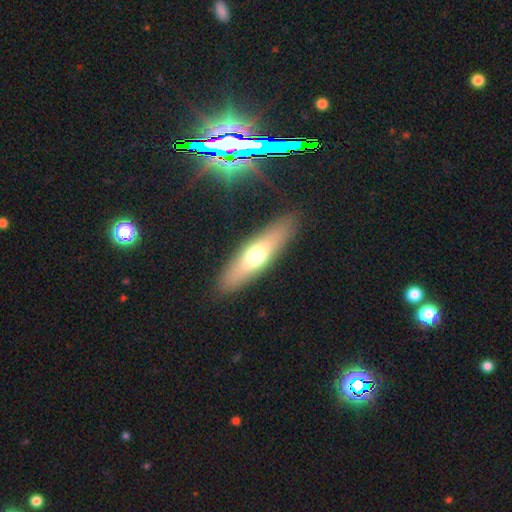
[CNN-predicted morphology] This is possibly a smooth galaxy (57%). How rounded: possibly cigar-shaped (54%). Merging: clearly none (87%).